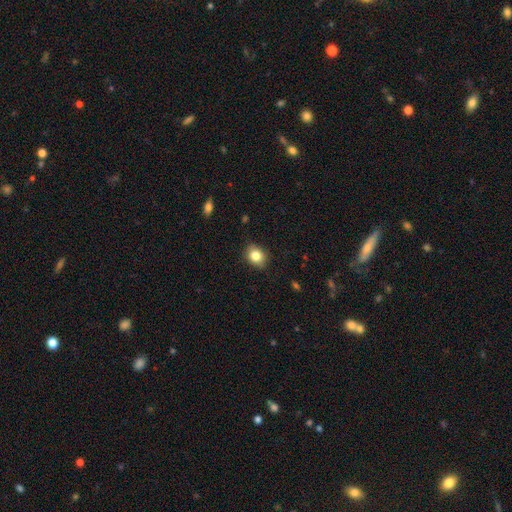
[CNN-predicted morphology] This appears to be a smooth galaxy with no disk features (84%) that is round (50%). Merging: none (85%).